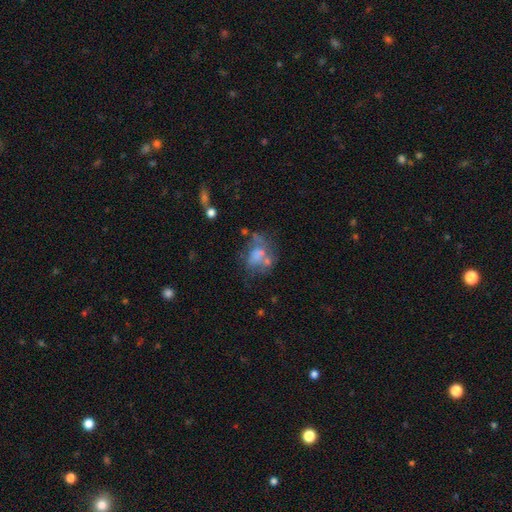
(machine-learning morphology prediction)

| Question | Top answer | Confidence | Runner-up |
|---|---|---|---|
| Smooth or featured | featured or disk | 43% | smooth (41%) |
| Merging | none | 34% | major disturbance (26%) |